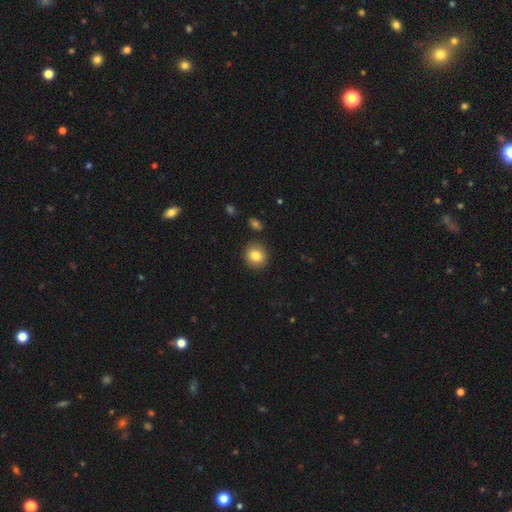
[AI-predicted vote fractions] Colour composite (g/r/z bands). It shows a smooth galaxy with no disk features (83%) that is round (88%). Merging: none (89%).